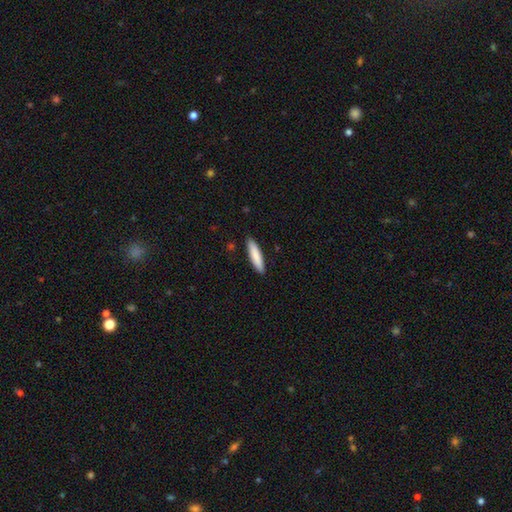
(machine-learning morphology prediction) The model was most divided on "how rounded": cigar-shaped: 80%, in between: 18%, round: 1%. More confident: merging — none (90%); smooth or featured — smooth (84%).